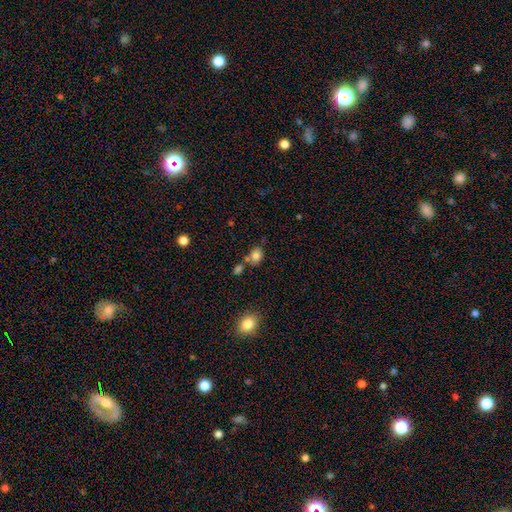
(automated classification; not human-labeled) Overall: smooth (81%). How rounded: in between (59%; round 39%). Merging: none (60%; merger 21%).